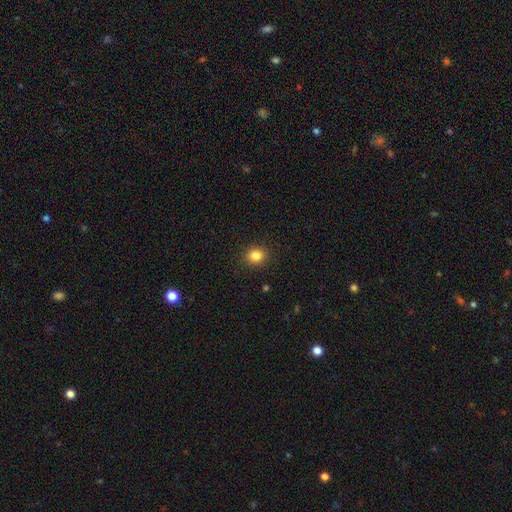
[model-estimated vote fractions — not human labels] A smooth galaxy with no disk features (83%) that is round (75%).

Vote fractions:
- Smooth or featured? smooth: 83% / star or artifact: 11% / featured or disk: 5%
- How rounded? round: 75% / in between: 24% / cigar-shaped: 1%
- Merging? none: 90% / minor disturbance: 7% / major disturbance: 2% / merger: 1%